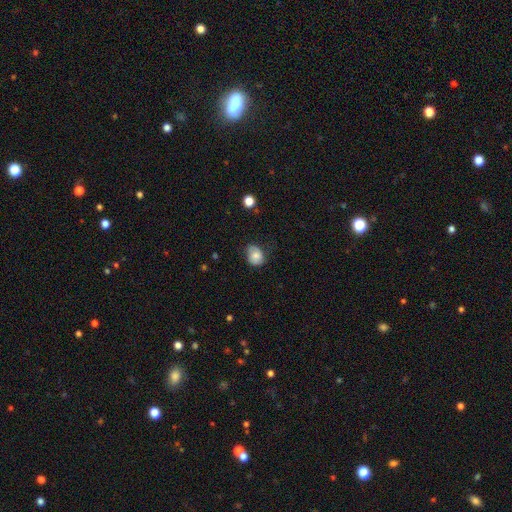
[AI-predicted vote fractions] smooth 73%, featured or disk 19%, star or artifact 9%. Down the decision tree: how rounded — in between (51%); merging — none (60%).